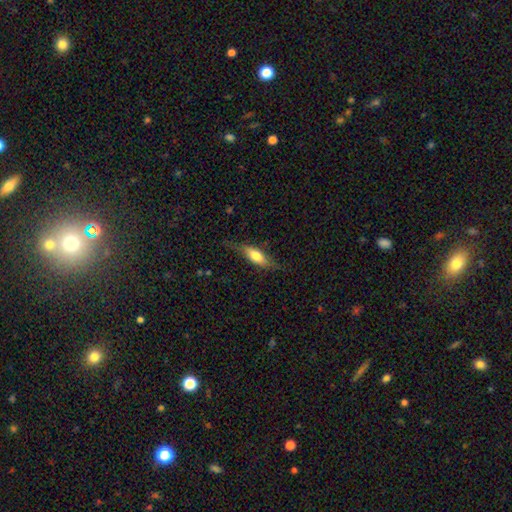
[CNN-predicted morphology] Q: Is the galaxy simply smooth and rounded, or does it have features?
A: smooth — 57%.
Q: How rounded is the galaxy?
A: in between — 56%.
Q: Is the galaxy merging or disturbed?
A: none — 66%.